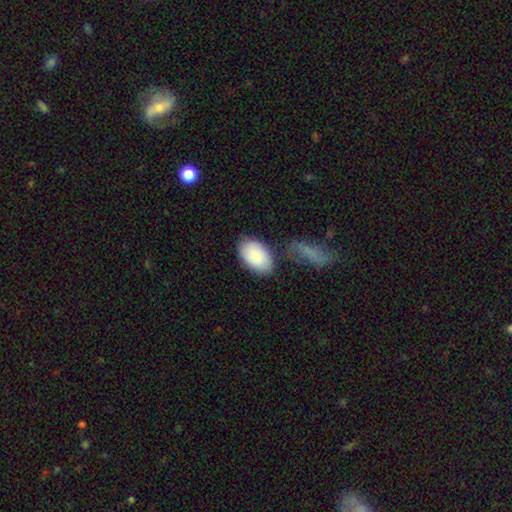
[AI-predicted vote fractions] smooth 87%, featured or disk 8%, star or artifact 5%. Down the decision tree: how rounded — in between (94%); merging — none (73%).